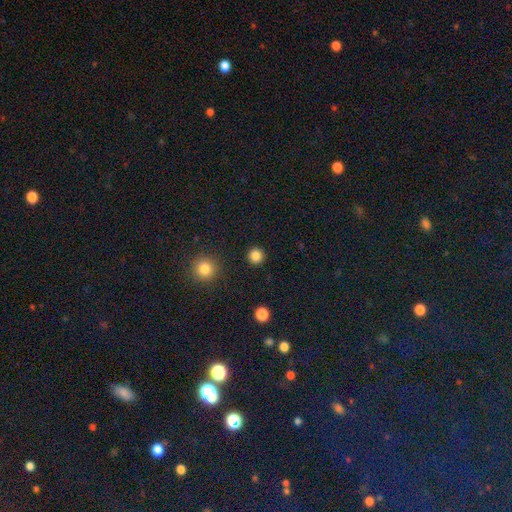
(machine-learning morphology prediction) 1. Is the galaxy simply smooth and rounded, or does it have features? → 84% smooth, 12% star or artifact, 4% featured or disk.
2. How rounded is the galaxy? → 95% round, 4% in between, 1% cigar-shaped.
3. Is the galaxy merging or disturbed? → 92% none, 5% minor disturbance, 2% major disturbance, 1% merger.